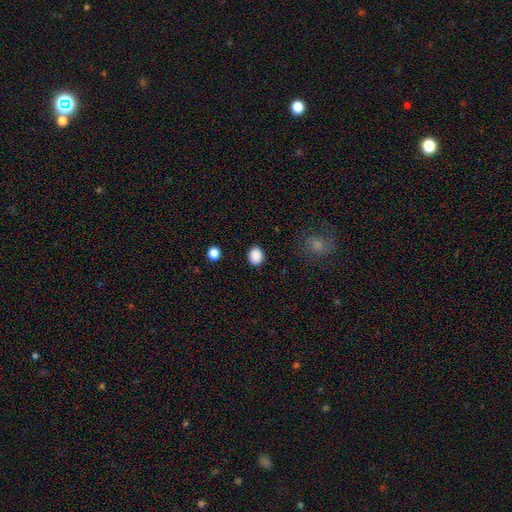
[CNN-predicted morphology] This appears to be a smooth galaxy with no disk features (89%) that is round (52%). Merging: none (89%).